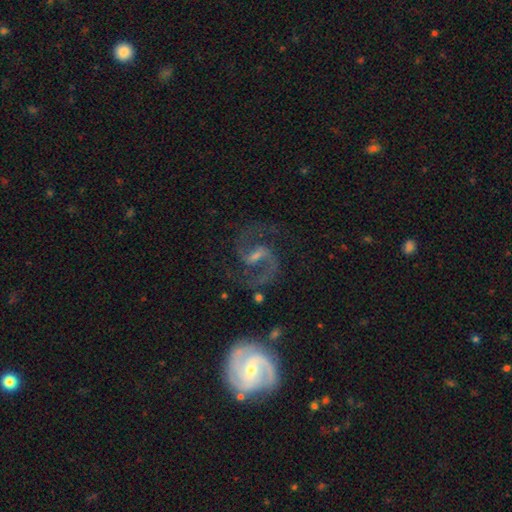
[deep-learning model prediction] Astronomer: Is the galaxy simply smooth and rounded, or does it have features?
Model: featured or disk — 88%.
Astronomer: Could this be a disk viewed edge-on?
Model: no — 97%.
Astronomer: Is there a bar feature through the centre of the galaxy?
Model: weak — 47% (runner-up: strong, 37%).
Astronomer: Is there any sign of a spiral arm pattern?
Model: yes — 97%.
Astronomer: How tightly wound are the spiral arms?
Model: medium — 56%.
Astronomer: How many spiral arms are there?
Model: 2 — 92%.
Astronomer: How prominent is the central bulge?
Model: small — 51% (runner-up: moderate, 36%).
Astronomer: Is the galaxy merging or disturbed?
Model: none — 73%.